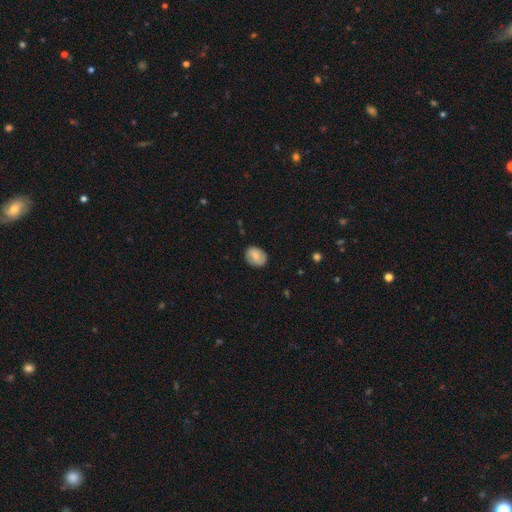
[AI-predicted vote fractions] smooth-or-featured: smooth: 74% | featured or disk: 18% | star or artifact: 7%
  how-rounded: in between: 56% | round: 43% | cigar-shaped: 1%
  merging: none: 83% | minor disturbance: 13% | major disturbance: 3% | merger: 1%